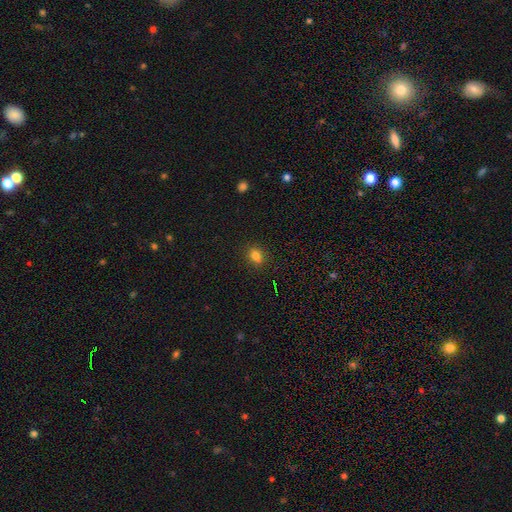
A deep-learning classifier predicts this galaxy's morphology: Smooth or featured? Predicted: smooth (p=0.80). How rounded? Predicted: round (p=0.58). Merging? Predicted: none (p=0.85).